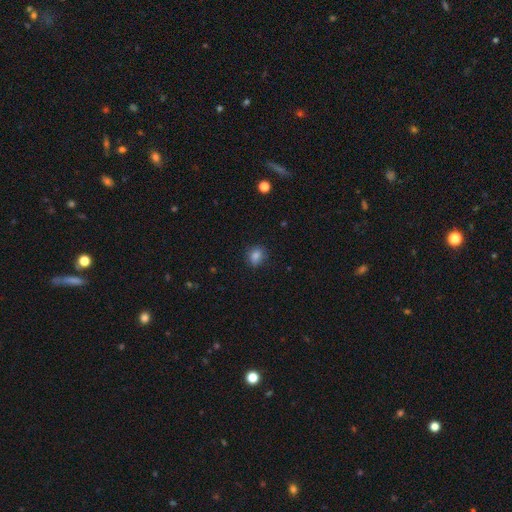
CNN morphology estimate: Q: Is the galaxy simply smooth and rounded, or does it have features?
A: smooth — 84%.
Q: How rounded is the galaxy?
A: round — 54%.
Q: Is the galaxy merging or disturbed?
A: none — 81%.